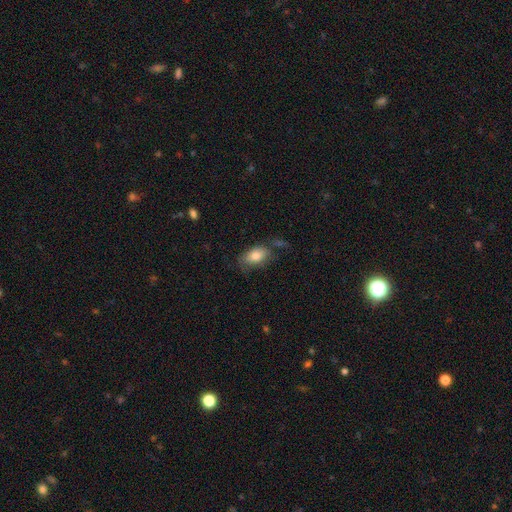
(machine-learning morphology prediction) A smooth galaxy with no disk features (80%) that is in between round and cigar-shaped (91%). Merging: none (58%).